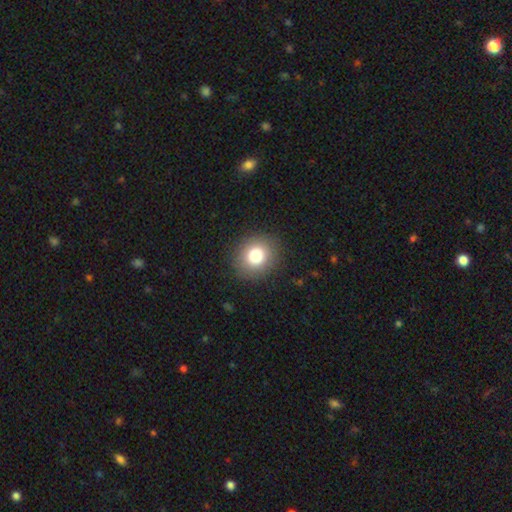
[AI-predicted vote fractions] This appears to be a smooth galaxy with no disk features (81%) that is round (76%). Merging: none (89%).